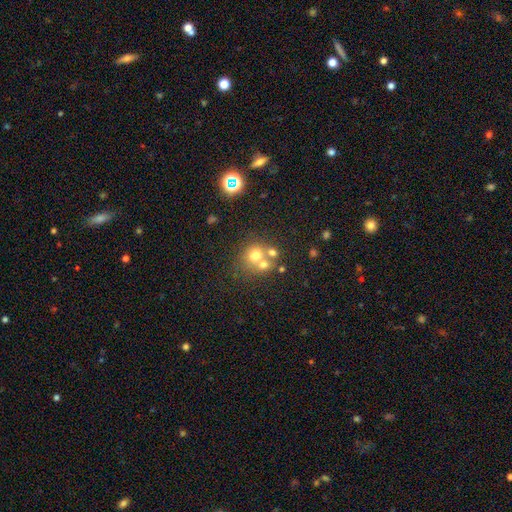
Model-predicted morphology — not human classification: Q: Smooth or featured?
A: smooth (66%); runner-up: featured or disk (18%)
Q: How rounded?
A: round (80%); runner-up: in between (19%)
Q: Merging?
A: merger (46%); runner-up: none (42%)